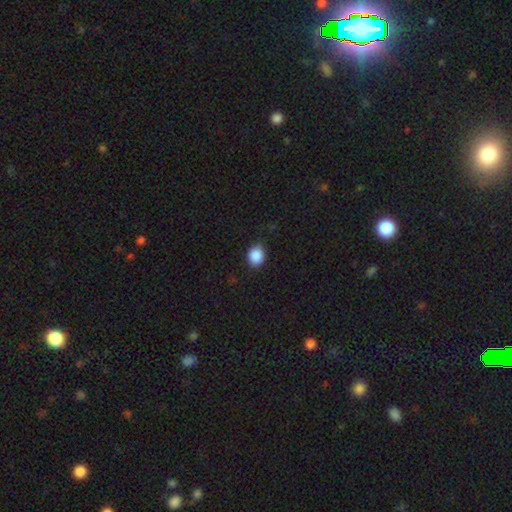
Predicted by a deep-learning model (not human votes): Smooth or featured: smooth — 88% (star or artifact — 9%)
How rounded: round — 56% (in between — 43%)
Merging: none — 86% (minor disturbance — 10%)